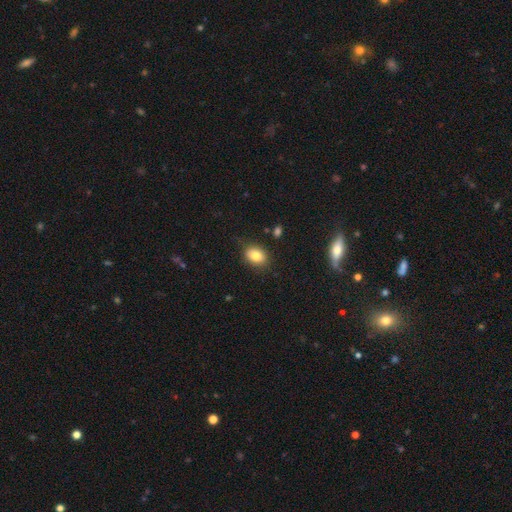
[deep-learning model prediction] Smooth or featured? smooth (81%)
How rounded? in between (65%)
Merging? none (82%)